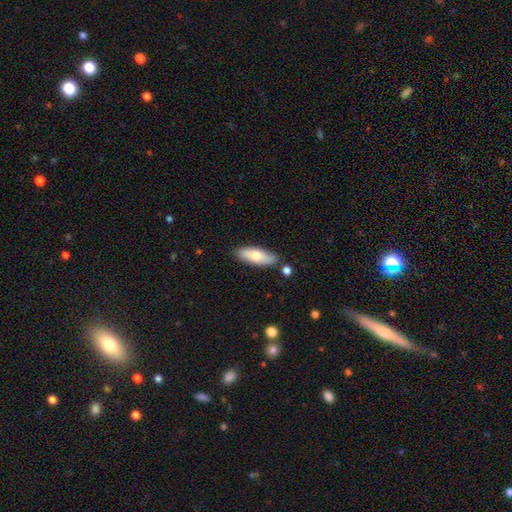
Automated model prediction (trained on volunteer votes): A smooth galaxy with no disk features (72%) that is in between round and cigar-shaped (66%). Merging: none (80%).